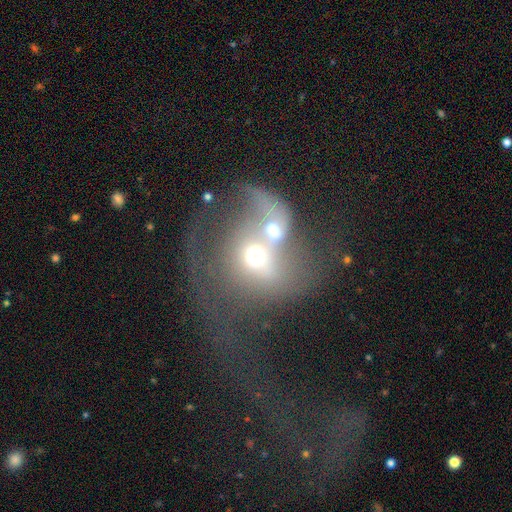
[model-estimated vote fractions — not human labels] This appears to be a featured or disk galaxy (53%) with no bar (77%), no spiral arms (52%) and a moderate central bulge (60%). Merging: merger (68%).